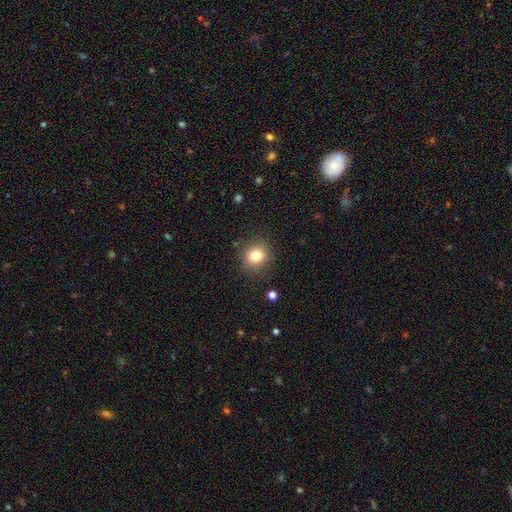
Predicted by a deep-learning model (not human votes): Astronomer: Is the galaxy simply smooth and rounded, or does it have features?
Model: smooth — 80%.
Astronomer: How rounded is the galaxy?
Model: round — 83%.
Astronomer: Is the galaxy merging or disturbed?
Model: none — 86%.